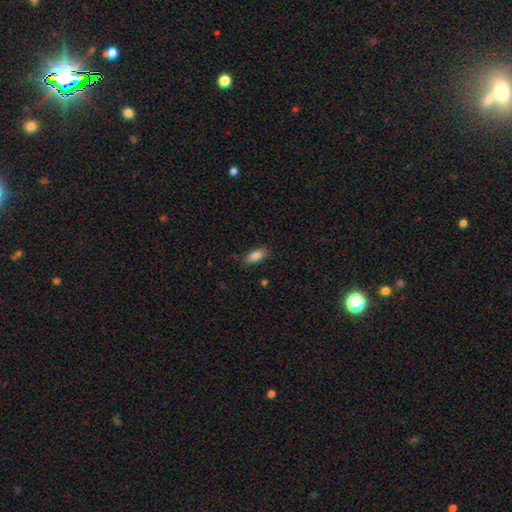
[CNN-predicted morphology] Smooth or featured?
  - smooth: 86% *
  - star or artifact: 7%
  - featured or disk: 7%
How rounded?
  - in between: 84% *
  - cigar-shaped: 13%
  - round: 2%
Merging?
  - none: 85% *
  - minor disturbance: 12%
  - major disturbance: 3%
  - merger: 1%